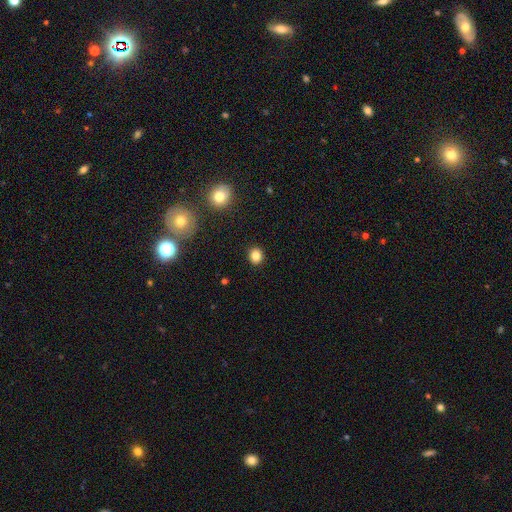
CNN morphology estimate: Smooth or featured? Predicted: smooth (p=0.83). How rounded? Predicted: round (p=0.76). Merging? Predicted: none (p=0.90).